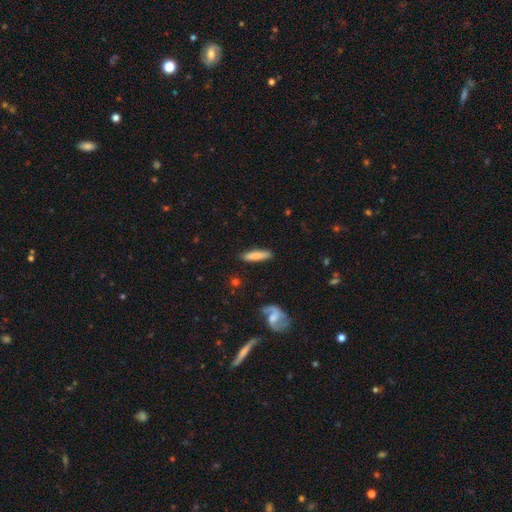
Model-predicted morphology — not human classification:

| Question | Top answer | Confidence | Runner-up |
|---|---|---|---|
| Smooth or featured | smooth | 77% | featured or disk (17%) |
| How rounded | cigar-shaped | 80% | in between (18%) |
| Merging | none | 87% | minor disturbance (9%) |